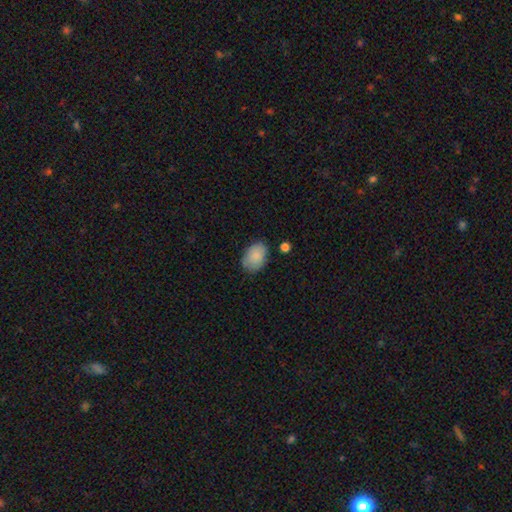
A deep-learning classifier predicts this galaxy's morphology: type=smooth (86%); roundness=in between (83%); merging=none (76%).